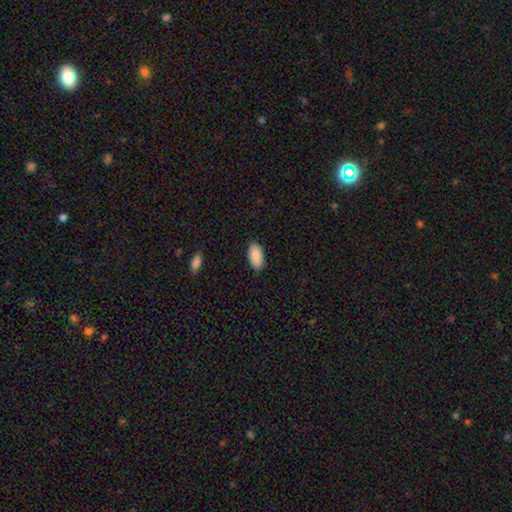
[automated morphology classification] Overall: smooth (91%). How rounded: in between (94%). Merging: none (87%).